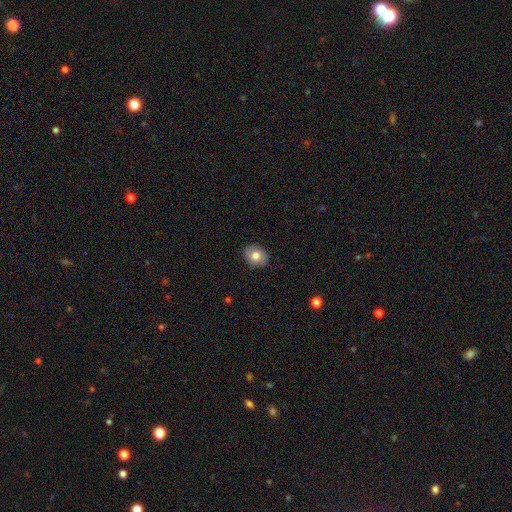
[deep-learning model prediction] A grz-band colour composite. It shows a smooth galaxy with no disk features (76%) that is round (62%). Merging: none (86%).